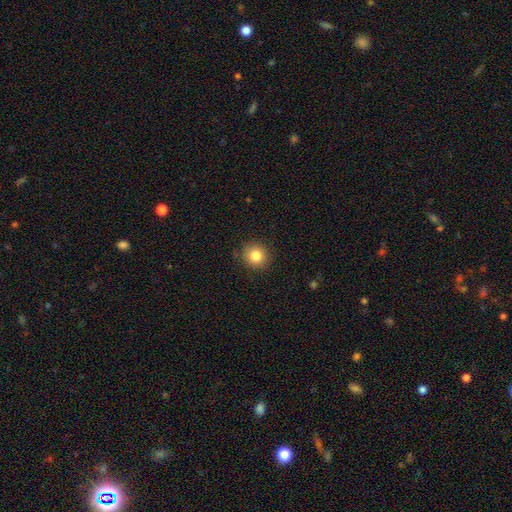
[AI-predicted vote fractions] Smooth or featured? smooth (83%)
How rounded? round (90%)
Merging? none (88%)